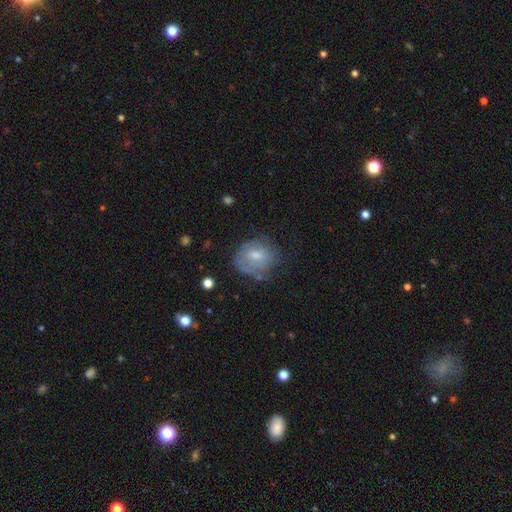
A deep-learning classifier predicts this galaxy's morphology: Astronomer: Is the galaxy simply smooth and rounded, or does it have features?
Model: smooth — 51% (runner-up: featured or disk, 37%).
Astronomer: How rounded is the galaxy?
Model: round — 65%.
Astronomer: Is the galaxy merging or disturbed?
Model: none — 60%.